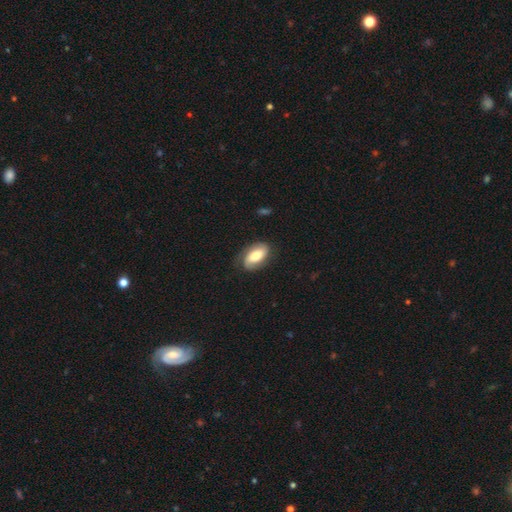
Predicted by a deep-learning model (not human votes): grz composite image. It shows a smooth galaxy with no disk features (49%). Merging: none (72%).